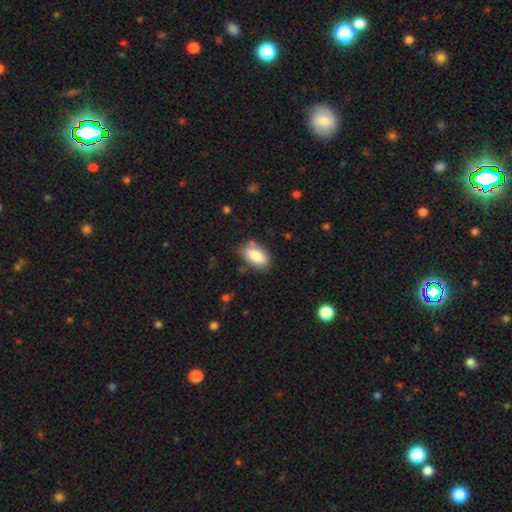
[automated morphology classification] smooth_or_featured: smooth (p=0.82) [alt: featured or disk p=0.11]
how_rounded: in between (p=0.92) [alt: round p=0.04]
merging: none (p=0.74) [alt: minor disturbance p=0.18]